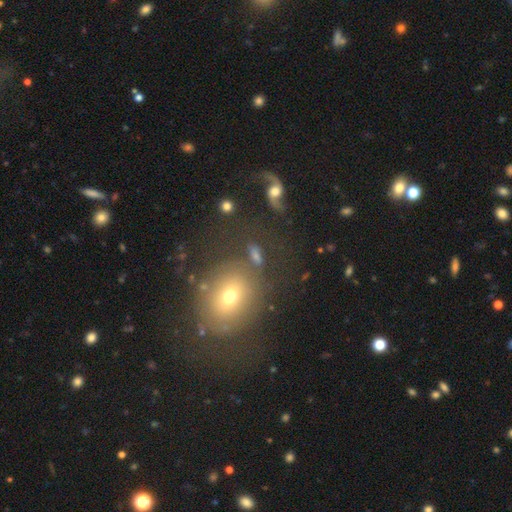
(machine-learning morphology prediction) Smooth or featured?
  - smooth: 47% *
  - featured or disk: 34%
  - star or artifact: 20%
Merging?
  - none: 59% *
  - minor disturbance: 16%
  - major disturbance: 13%
  - merger: 13%